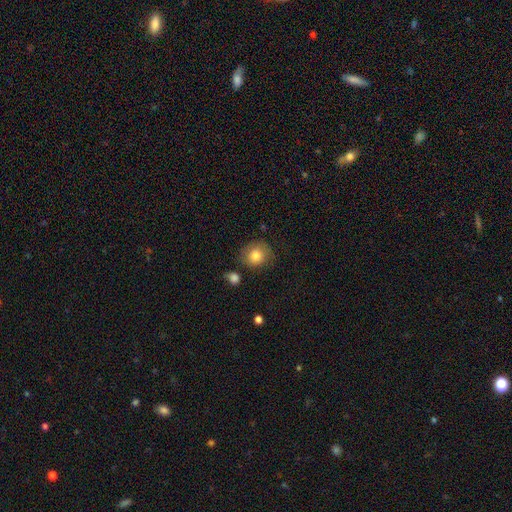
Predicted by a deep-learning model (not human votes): Q: Smooth or featured?
A: smooth (80%); runner-up: featured or disk (12%)
Q: How rounded?
A: round (75%); runner-up: in between (24%)
Q: Merging?
A: none (70%); runner-up: minor disturbance (20%)